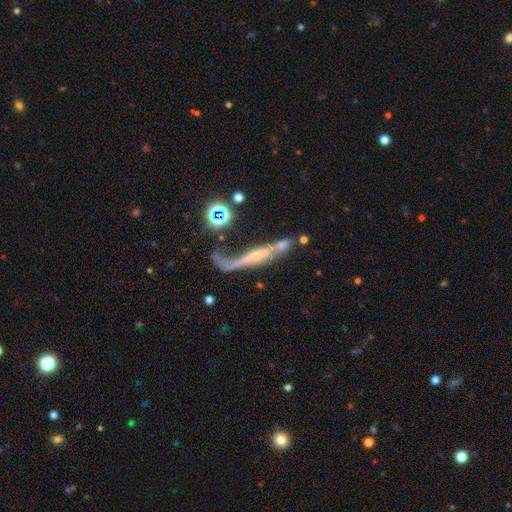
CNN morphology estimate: Smooth or featured? Predicted: featured or disk (p=0.68). Edge-on disk? Predicted: yes (p=0.64). Merging? Predicted: major disturbance (p=0.31).